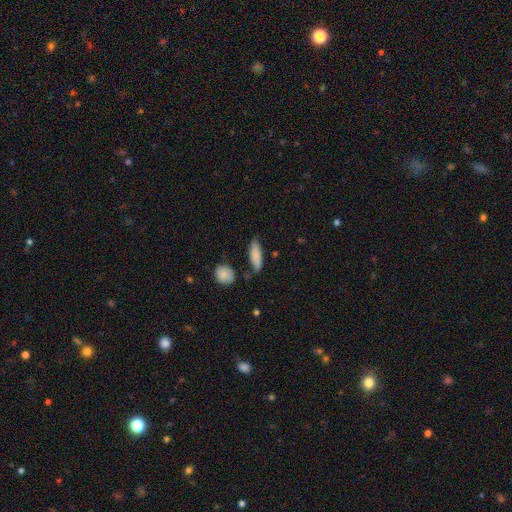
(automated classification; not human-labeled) Smooth or featured: smooth — 82% (featured or disk — 11%)
How rounded: in between — 61% (cigar-shaped — 37%)
Merging: none — 69% (minor disturbance — 21%)